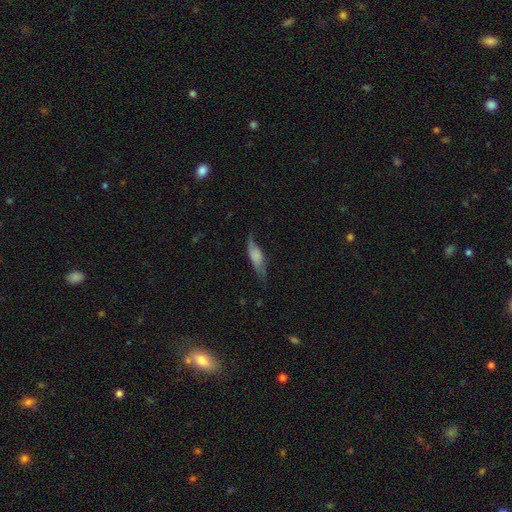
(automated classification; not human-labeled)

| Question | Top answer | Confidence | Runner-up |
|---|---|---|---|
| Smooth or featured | smooth | 58% | featured or disk (35%) |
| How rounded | in between | 55% | cigar-shaped (42%) |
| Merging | none | 53% | minor disturbance (31%) |